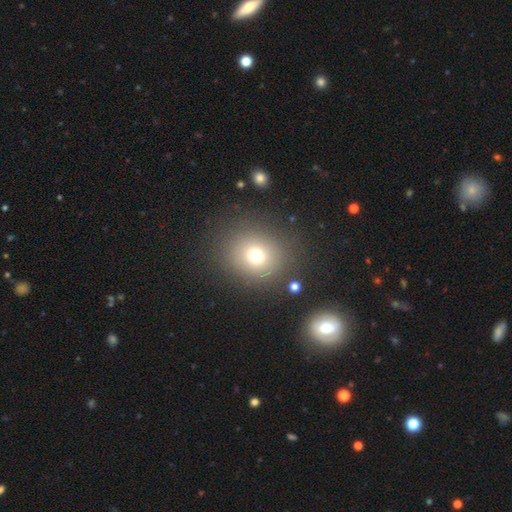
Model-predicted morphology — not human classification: This appears to be a smooth galaxy with no disk features (72%) that is round (78%). Merging: none (83%).